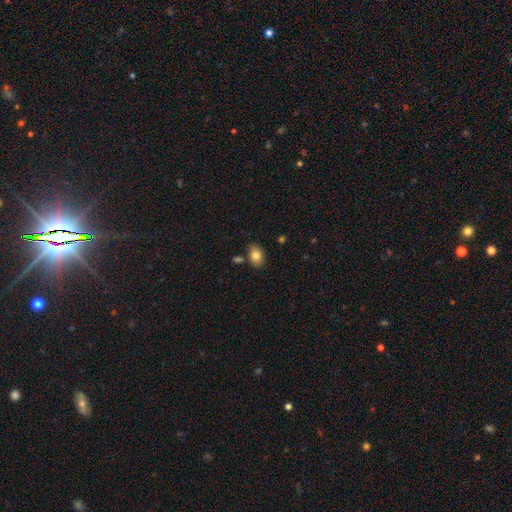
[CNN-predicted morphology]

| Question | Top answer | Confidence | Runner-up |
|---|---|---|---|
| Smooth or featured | smooth | 82% | featured or disk (10%) |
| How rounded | in between | 83% | round (15%) |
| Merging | none | 79% | minor disturbance (12%) |